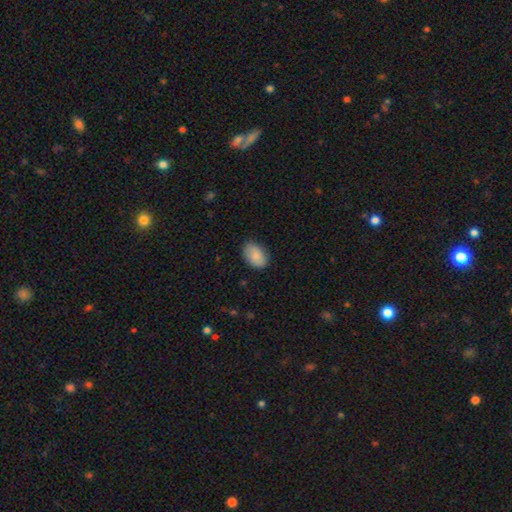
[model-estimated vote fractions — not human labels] A smooth galaxy with no disk features (87%) that is in between round and cigar-shaped (88%). Merging: none (81%).